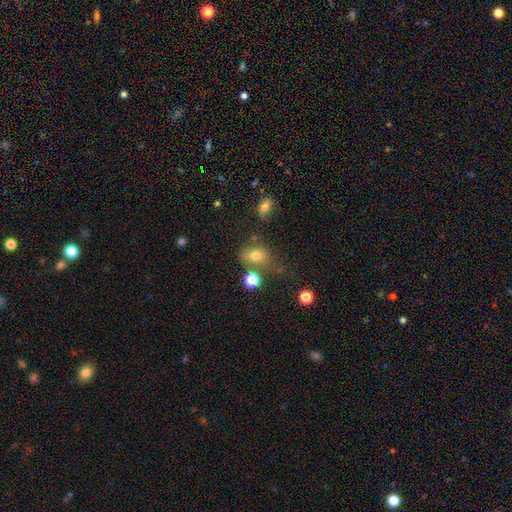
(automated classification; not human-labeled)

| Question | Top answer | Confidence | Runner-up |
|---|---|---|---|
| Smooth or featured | smooth | 72% | star or artifact (15%) |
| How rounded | in between | 58% | round (40%) |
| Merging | none | 60% | minor disturbance (18%) |